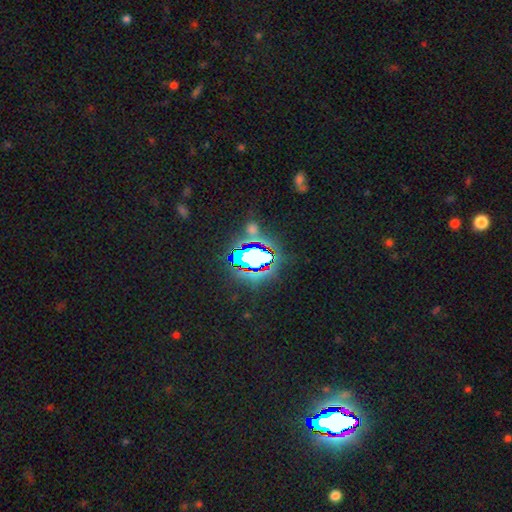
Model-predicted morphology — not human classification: A star or artifact, not a galaxy (81%).